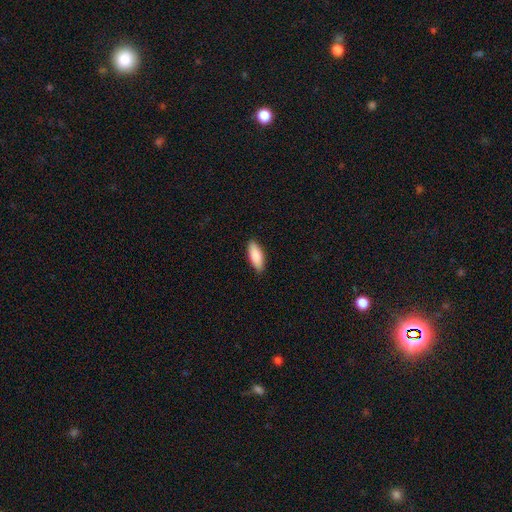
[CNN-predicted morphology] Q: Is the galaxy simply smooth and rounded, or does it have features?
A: smooth — 87%.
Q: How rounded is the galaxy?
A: in between — 72%.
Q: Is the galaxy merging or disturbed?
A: none — 89%.